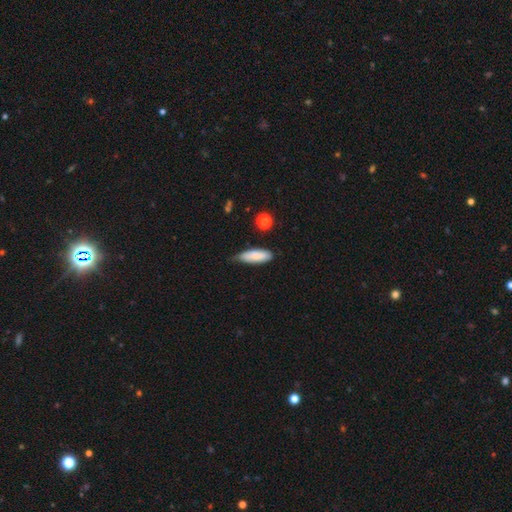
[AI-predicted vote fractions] smooth_or_featured: smooth (p=0.82) [alt: featured or disk p=0.11]
how_rounded: in between (p=0.59) [alt: cigar-shaped p=0.39]
merging: none (p=0.56) [alt: minor disturbance p=0.36]